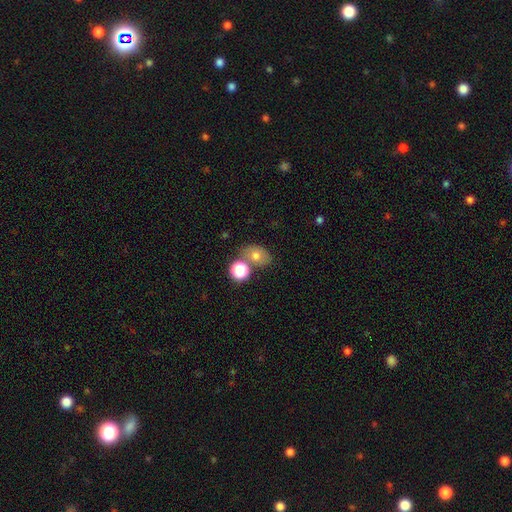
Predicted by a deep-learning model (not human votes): Q: Smooth or featured?
A: smooth (71%); runner-up: featured or disk (15%)
Q: How rounded?
A: in between (64%); runner-up: round (34%)
Q: Merging?
A: none (55%); runner-up: merger (27%)